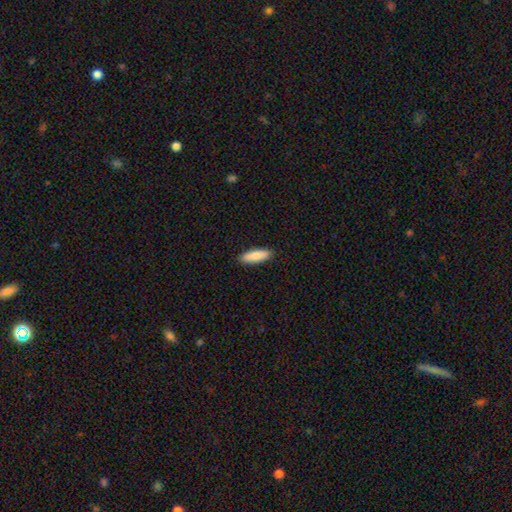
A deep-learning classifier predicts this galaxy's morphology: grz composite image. It shows a smooth galaxy with no disk features (85%) that is in between round and cigar-shaped (52%). Merging: none (90%).